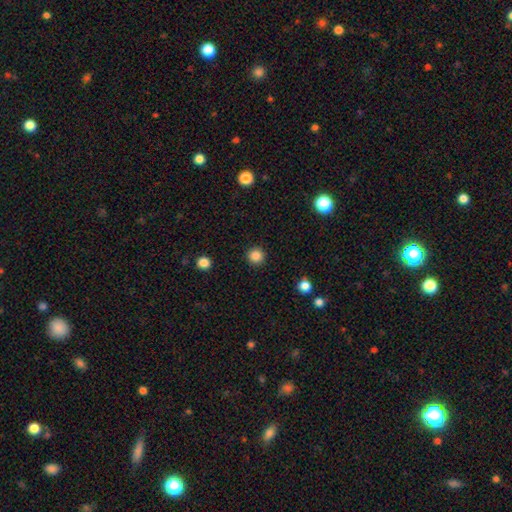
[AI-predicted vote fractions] The model was most divided on "smooth or featured": smooth: 85%, star or artifact: 11%, featured or disk: 3%. More confident: how rounded — round (95%); merging — none (92%).